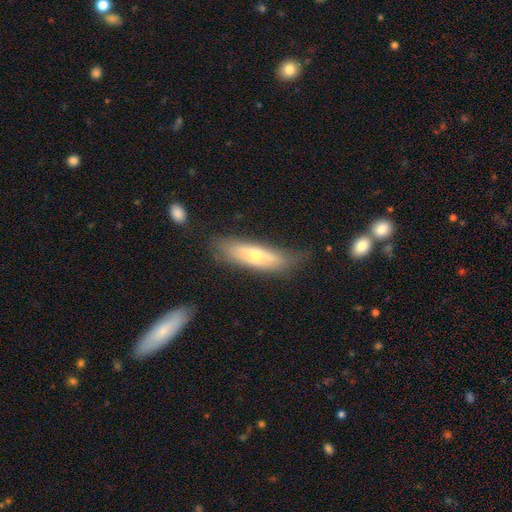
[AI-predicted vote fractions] Q: Smooth or featured?
A: smooth (53%); runner-up: featured or disk (40%)
Q: How rounded?
A: cigar-shaped (66%); runner-up: in between (32%)
Q: Merging?
A: none (73%); runner-up: minor disturbance (19%)